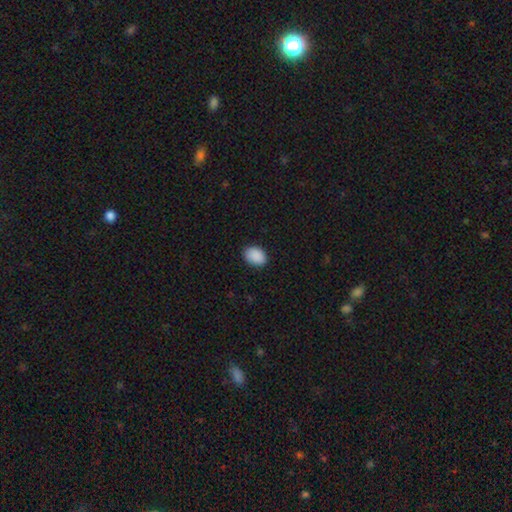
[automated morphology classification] smooth_or_featured: smooth (p=0.90) [alt: star or artifact p=0.07]
how_rounded: in between (p=0.77) [alt: round p=0.22]
merging: none (p=0.88) [alt: minor disturbance p=0.09]